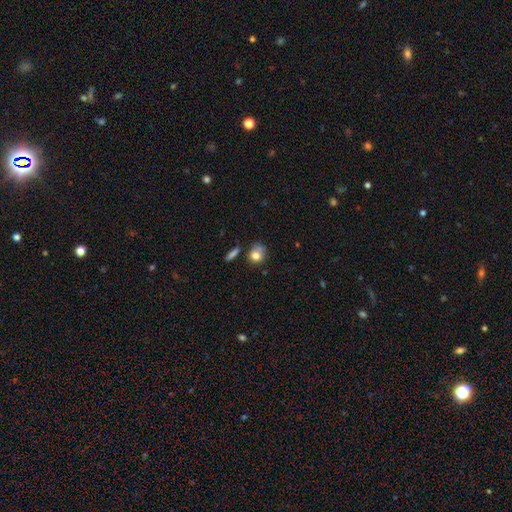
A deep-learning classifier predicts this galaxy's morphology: Smooth or featured? Predicted: smooth (p=0.76). How rounded? Predicted: round (p=0.63). Merging? Predicted: none (p=0.47).